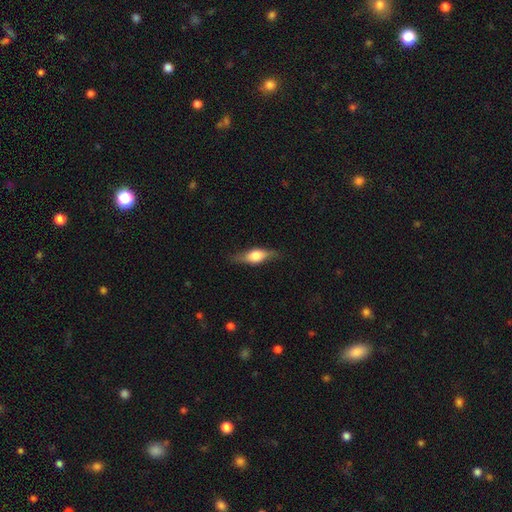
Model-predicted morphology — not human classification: Smooth or featured?
  - featured or disk: 47% * (tied)
  - smooth: 47% * (tied)
  - star or artifact: 6%
Merging?
  - none: 75% *
  - minor disturbance: 19%
  - major disturbance: 5%
  - merger: 1%